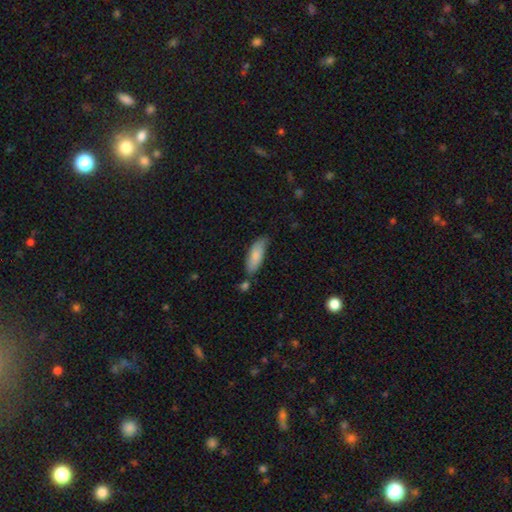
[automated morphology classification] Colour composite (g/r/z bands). It shows a smooth galaxy with no disk features (83%) that is in between round and cigar-shaped (69%). Merging: none (64%).